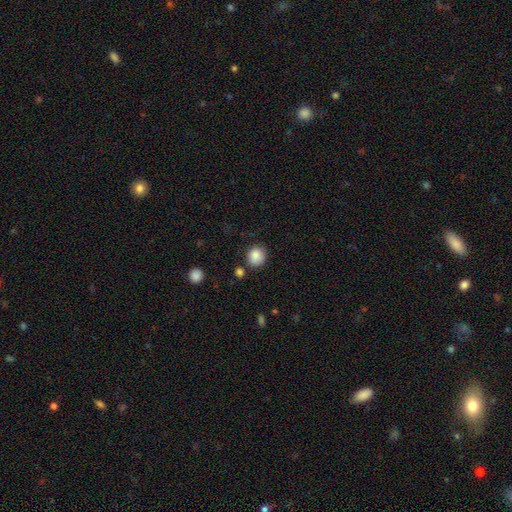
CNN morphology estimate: The model was most divided on "merging": none: 78%, minor disturbance: 13%, merger: 5%, major disturbance: 3%. More confident: smooth or featured — smooth (87%); how rounded — round (83%).